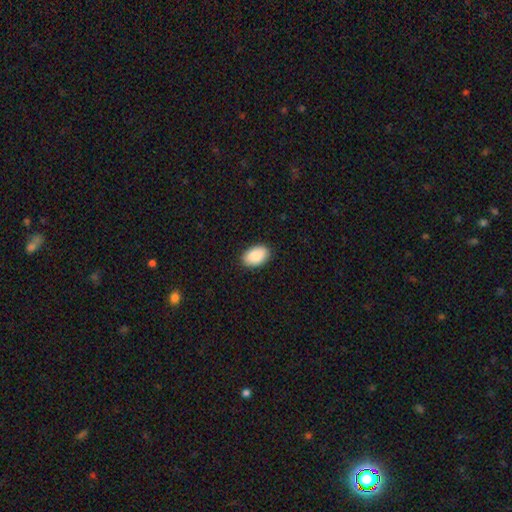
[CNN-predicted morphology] A smooth galaxy with no disk features (90%) that is in between round and cigar-shaped (93%). Merging: none (90%).